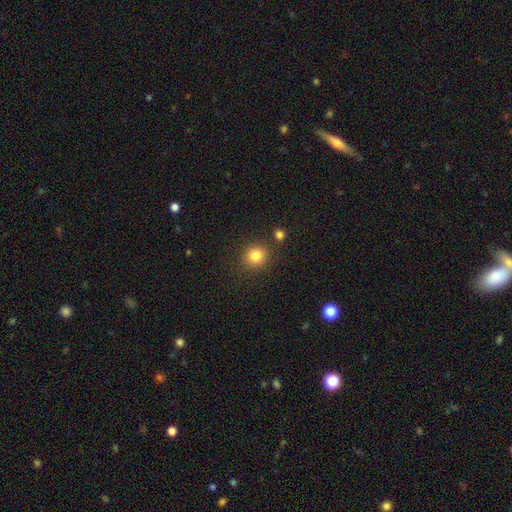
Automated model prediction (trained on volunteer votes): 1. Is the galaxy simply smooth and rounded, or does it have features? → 83% smooth, 12% star or artifact, 6% featured or disk.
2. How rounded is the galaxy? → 88% round, 11% in between, 1% cigar-shaped.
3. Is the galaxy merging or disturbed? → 84% none, 8% minor disturbance, 5% merger, 3% major disturbance.